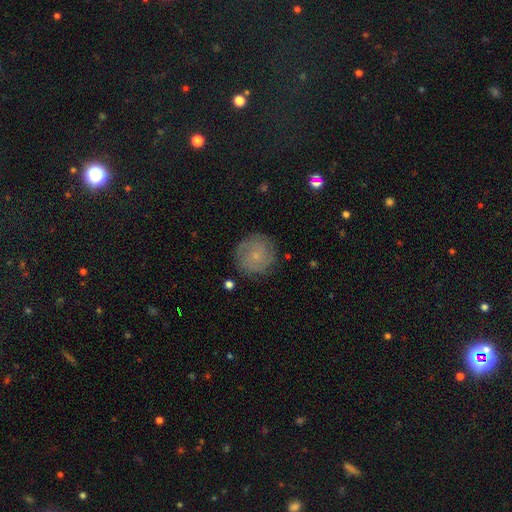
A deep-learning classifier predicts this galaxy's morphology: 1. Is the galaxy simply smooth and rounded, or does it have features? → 49% featured or disk, 42% smooth, 9% star or artifact.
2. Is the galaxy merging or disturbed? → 82% none, 13% minor disturbance, 4% major disturbance, 1% merger.